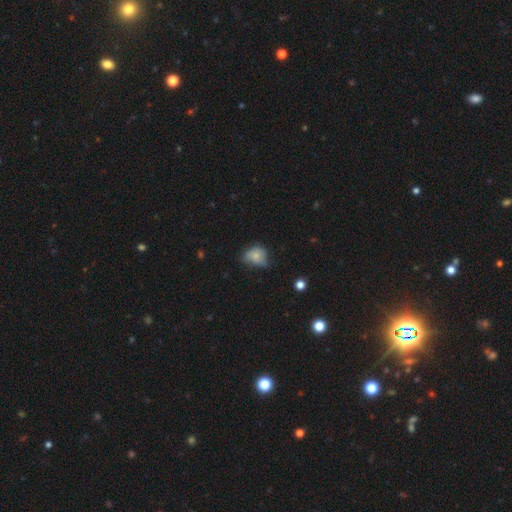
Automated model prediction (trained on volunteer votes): A smooth galaxy with no disk features (72%) that is round (53%).

Vote fractions:
- Smooth or featured? smooth: 72% / featured or disk: 17% / star or artifact: 11%
- How rounded? round: 53% / in between: 46% / cigar-shaped: 1%
- Merging? minor disturbance: 41% / none: 39% / major disturbance: 18% / merger: 3%